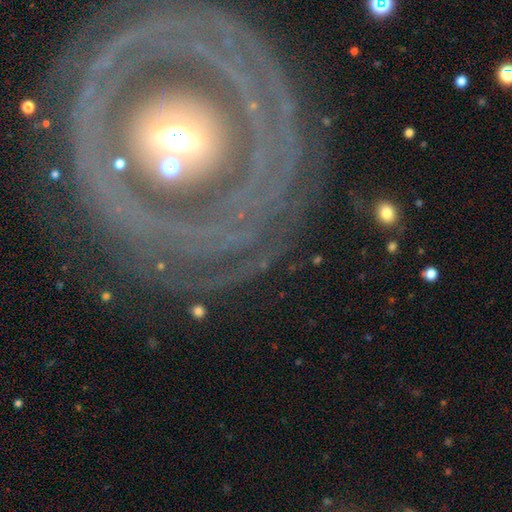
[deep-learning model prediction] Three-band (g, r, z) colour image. It shows a featured or disk galaxy (80%) with no bar (48%), spiral arms (60%) and a moderate central bulge (61%). Merging: none (80%).